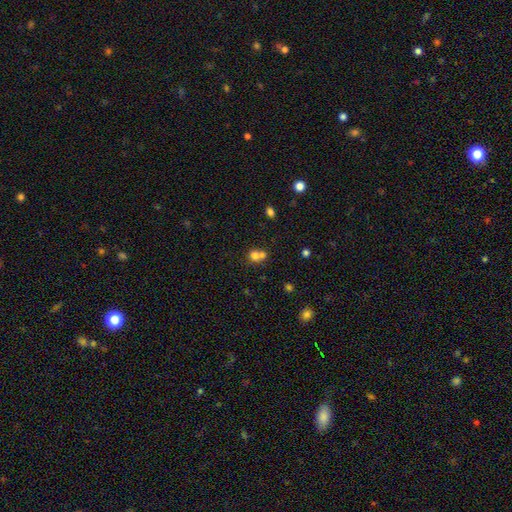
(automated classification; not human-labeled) The model was most divided on "merging": merger: 59%, none: 32%, minor disturbance: 6%, major disturbance: 3%. More confident: how rounded — round (77%); smooth or featured — smooth (73%).